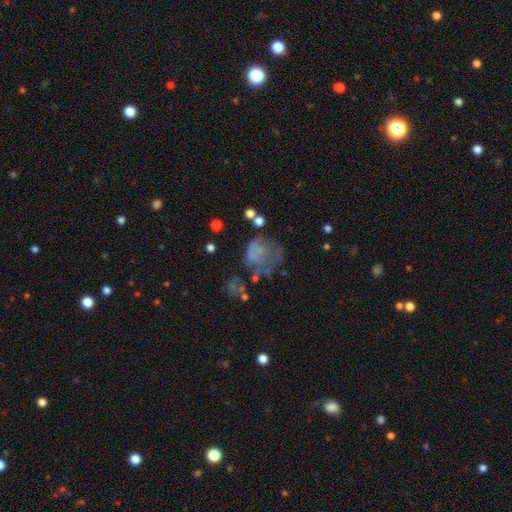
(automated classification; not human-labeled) featured or disk 43%, smooth 39%, star or artifact 18%. Down the decision tree: merging — major disturbance (39%).